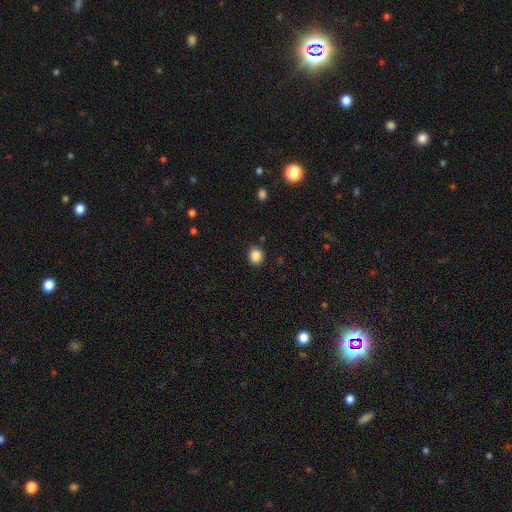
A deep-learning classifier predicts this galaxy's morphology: A smooth galaxy with no disk features (86%) that is round (80%). Merging: none (81%).